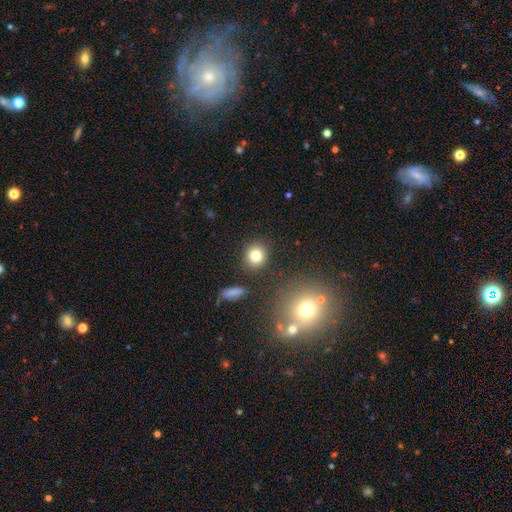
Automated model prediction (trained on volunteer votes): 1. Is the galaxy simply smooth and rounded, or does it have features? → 79% smooth, 13% star or artifact, 8% featured or disk.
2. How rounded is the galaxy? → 86% round, 13% in between, 1% cigar-shaped.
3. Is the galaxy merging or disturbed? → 87% none, 7% minor disturbance, 3% merger, 3% major disturbance.